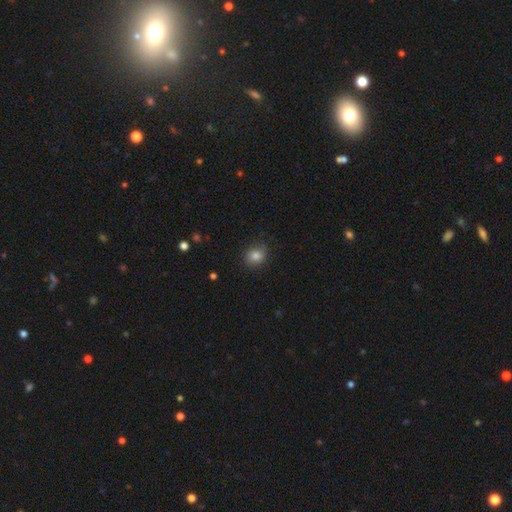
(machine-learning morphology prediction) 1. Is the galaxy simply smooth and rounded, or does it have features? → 83% smooth, 11% star or artifact, 6% featured or disk.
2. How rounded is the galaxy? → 71% round, 28% in between, 1% cigar-shaped.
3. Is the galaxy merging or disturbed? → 84% none, 12% minor disturbance, 3% major disturbance, 1% merger.